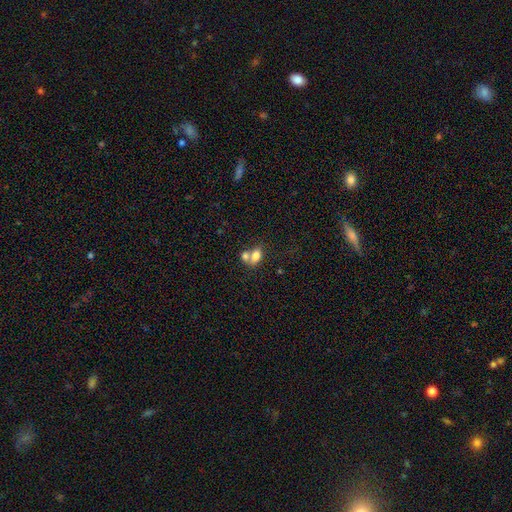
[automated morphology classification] smooth_or_featured: smooth (p=0.76) [alt: featured or disk p=0.15]
how_rounded: in between (p=0.79) [alt: round p=0.18]
merging: merger (p=0.59) [alt: none p=0.28]